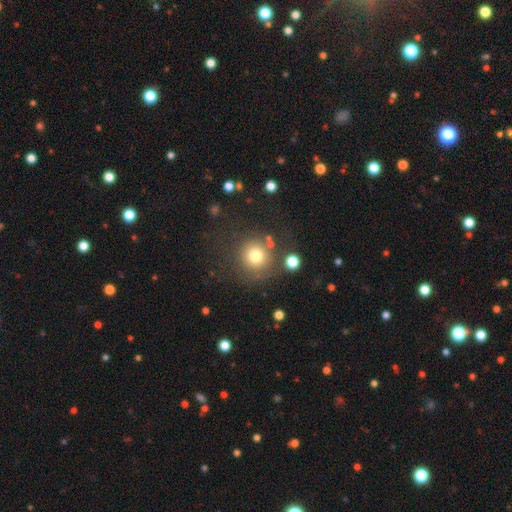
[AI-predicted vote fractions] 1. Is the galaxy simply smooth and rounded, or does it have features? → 76% smooth, 14% star or artifact, 10% featured or disk.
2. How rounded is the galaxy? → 93% round, 6% in between, 1% cigar-shaped.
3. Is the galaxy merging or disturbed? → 77% none, 11% minor disturbance, 7% major disturbance, 6% merger.